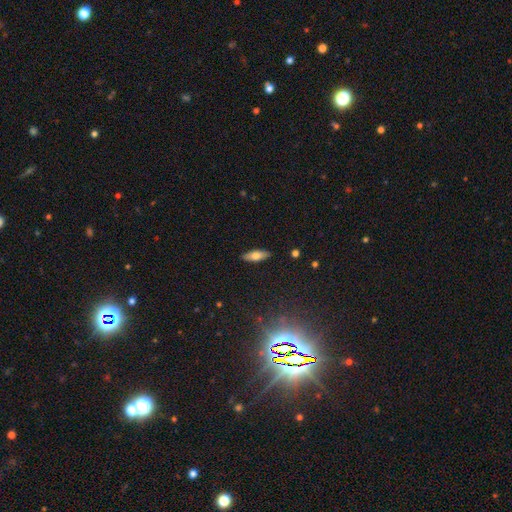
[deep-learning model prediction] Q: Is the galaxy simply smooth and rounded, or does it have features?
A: smooth — 65%.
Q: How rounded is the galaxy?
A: in between — 64%.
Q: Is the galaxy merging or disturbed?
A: none — 89%.